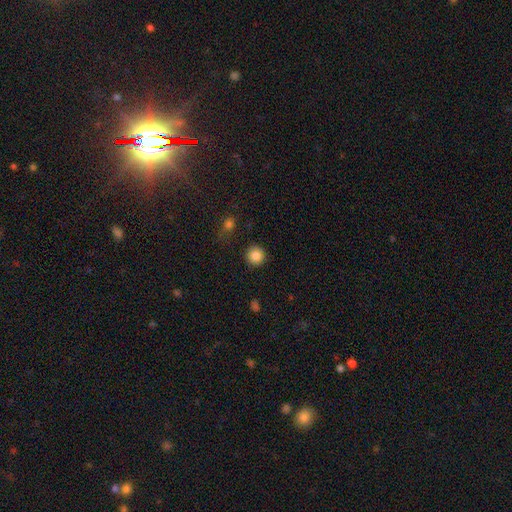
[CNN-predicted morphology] A smooth galaxy with no disk features (85%) that is round (94%). Merging: none (90%).